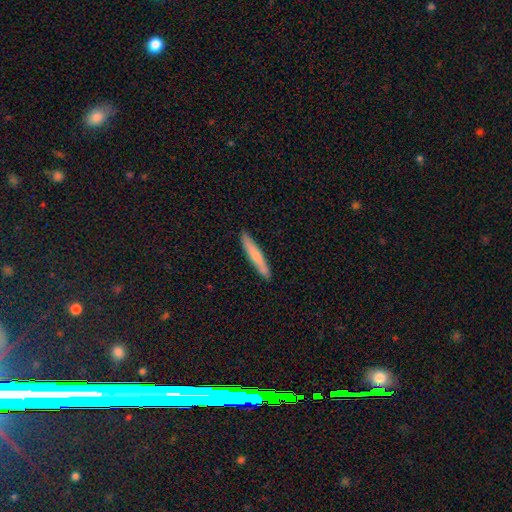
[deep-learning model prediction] Smooth or featured: smooth — 67% (featured or disk — 28%)
How rounded: cigar-shaped — 95% (in between — 4%)
Merging: none — 90% (minor disturbance — 7%)